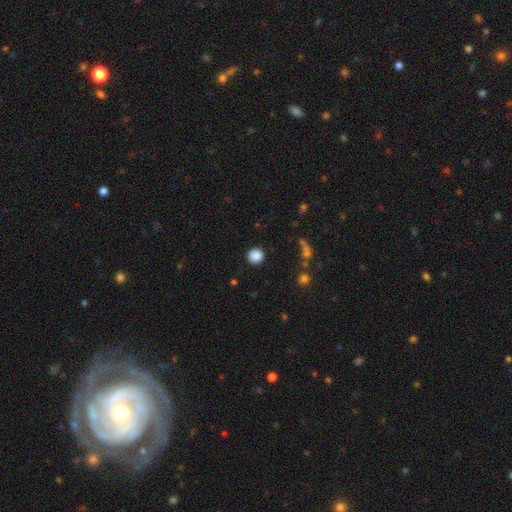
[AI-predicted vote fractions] Smooth or featured? Predicted: smooth (p=0.87). How rounded? Predicted: round (p=0.94). Merging? Predicted: none (p=0.91).